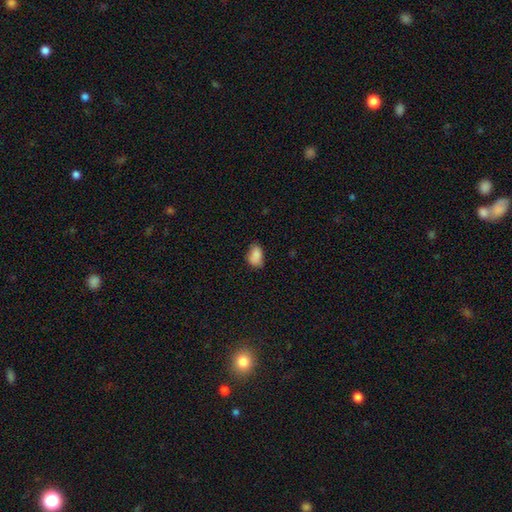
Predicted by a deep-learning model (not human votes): Smooth or featured?
  - smooth: 87% *
  - star or artifact: 8%
  - featured or disk: 5%
How rounded?
  - in between: 88% *
  - round: 10%
  - cigar-shaped: 2%
Merging?
  - none: 68% *
  - minor disturbance: 26%
  - major disturbance: 5%
  - merger: 2%